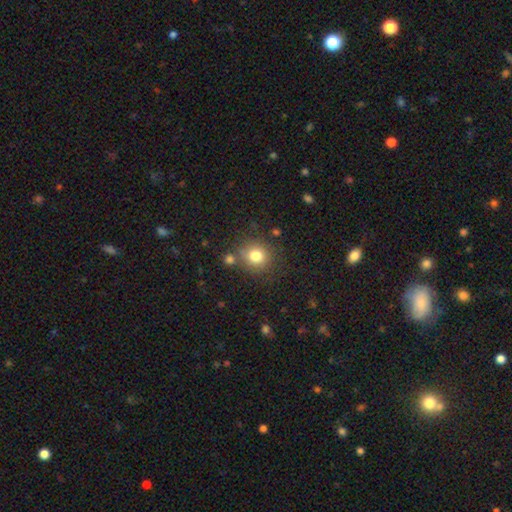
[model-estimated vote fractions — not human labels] This is likely a smooth galaxy (79%). How rounded: clearly round (86%). Merging: likely none (76%).